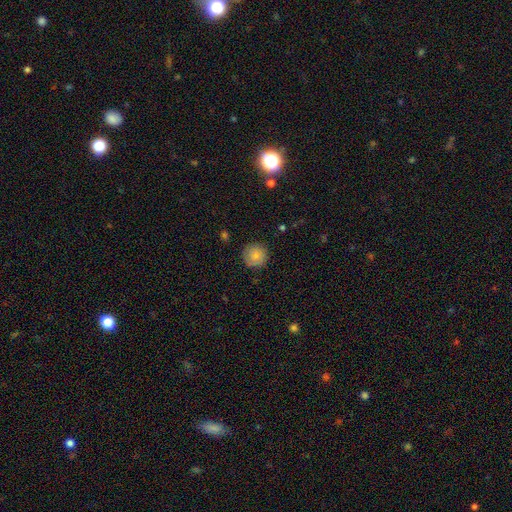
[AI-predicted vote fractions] Smooth or featured? smooth (81%)
How rounded? round (95%)
Merging? none (87%)